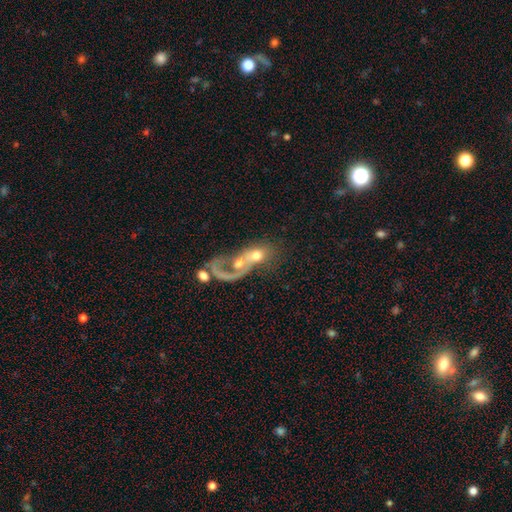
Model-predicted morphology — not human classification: Smooth or featured: featured or disk — 52% (smooth — 29%)
Edge-on disk: no — 88% (yes — 12%)
Merging: merger — 46% (none — 24%)